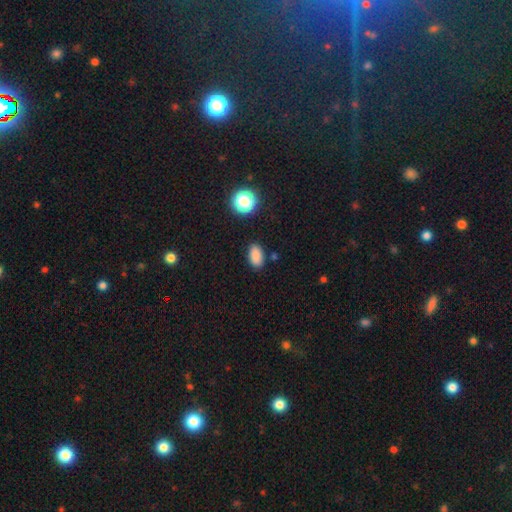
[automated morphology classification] Smooth or featured? Predicted: smooth (p=0.85). How rounded? Predicted: in between (p=0.89). Merging? Predicted: none (p=0.86).